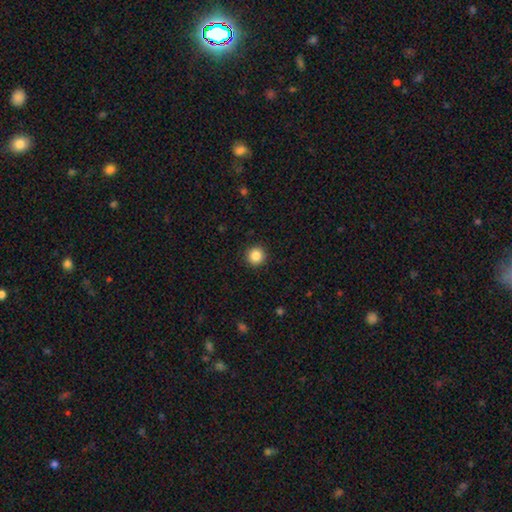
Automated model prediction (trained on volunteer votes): Overall: smooth (86%). How rounded: round (95%). Merging: none (93%).